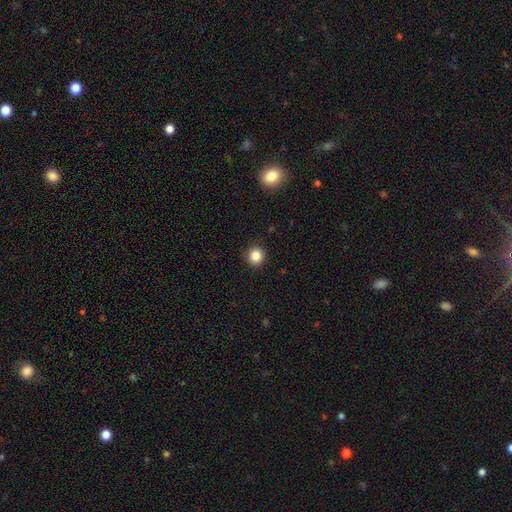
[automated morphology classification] type=smooth (85%); roundness=round (92%); merging=none (92%).